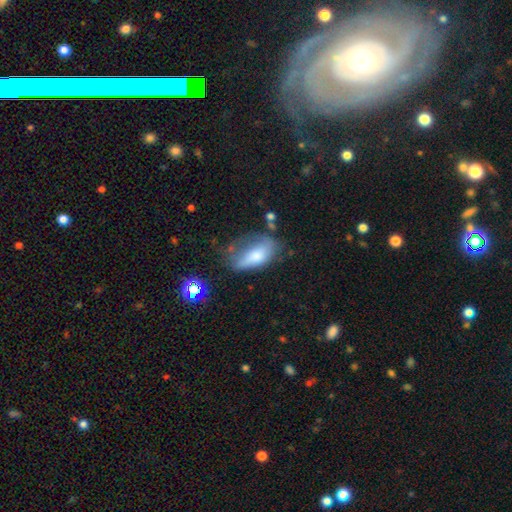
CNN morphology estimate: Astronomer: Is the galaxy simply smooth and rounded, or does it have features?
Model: smooth — 66%.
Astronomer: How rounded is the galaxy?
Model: in between — 86%.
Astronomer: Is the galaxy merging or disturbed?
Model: none — 33% (runner-up: minor disturbance, 32%).